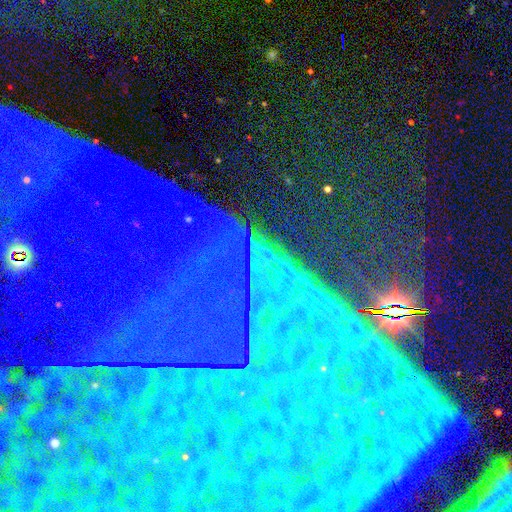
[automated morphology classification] Smooth or featured: star or artifact — 86% (featured or disk — 8%)